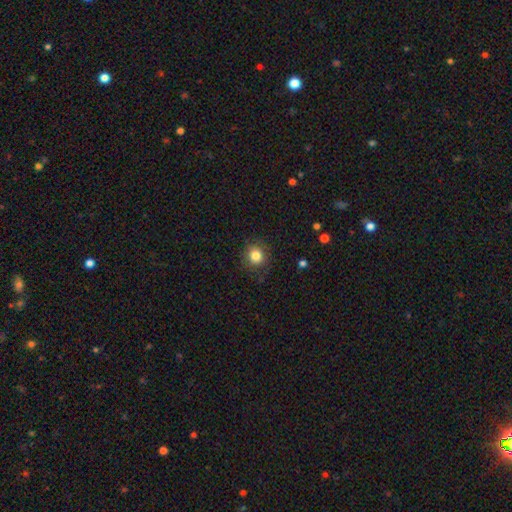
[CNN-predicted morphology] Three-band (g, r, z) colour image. It shows a smooth galaxy with no disk features (83%) that is round (89%). Merging: none (87%).